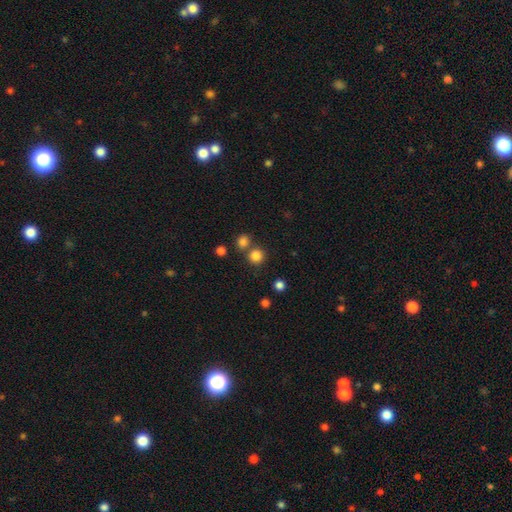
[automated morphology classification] Smooth or featured?
  - smooth: 82% *
  - star or artifact: 13%
  - featured or disk: 5%
How rounded?
  - round: 92% *
  - in between: 7%
  - cigar-shaped: 1%
Merging?
  - none: 71% *
  - merger: 20%
  - minor disturbance: 7%
  - major disturbance: 3%